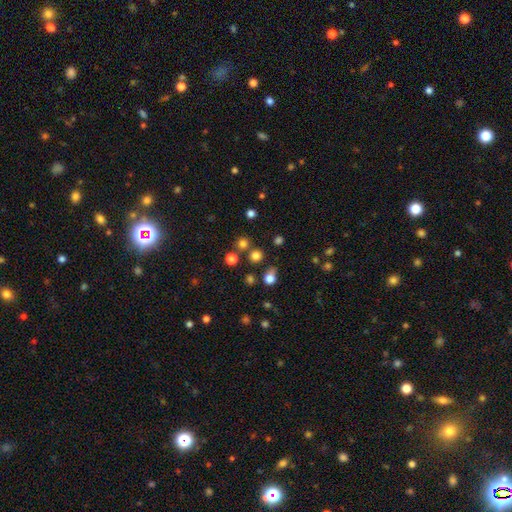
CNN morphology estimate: This is likely a smooth galaxy (74%). How rounded: clearly round (89%). Merging: likely none (75%).